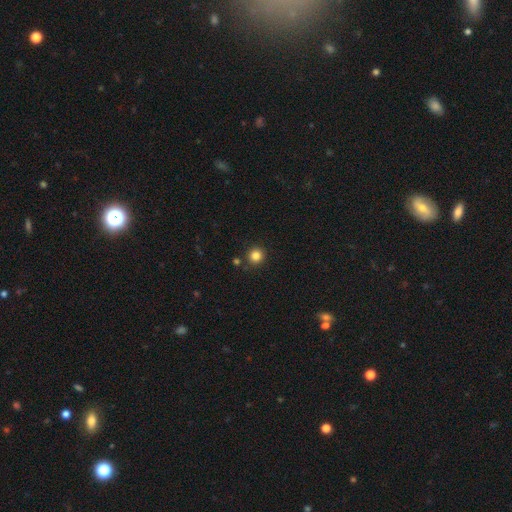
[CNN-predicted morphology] smooth_or_featured: smooth (p=0.83) [alt: star or artifact p=0.12]
how_rounded: round (p=0.94) [alt: in between p=0.05]
merging: none (p=0.88) [alt: minor disturbance p=0.06]